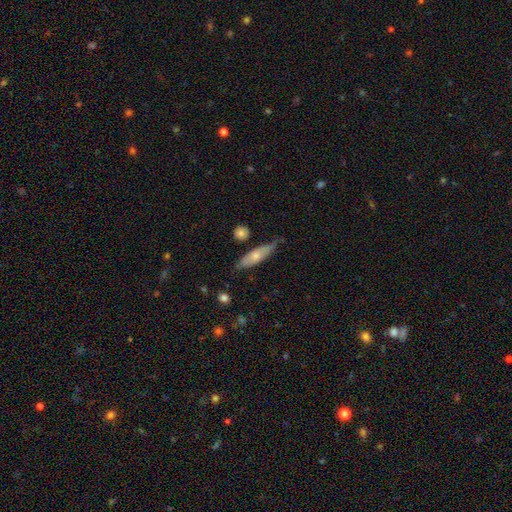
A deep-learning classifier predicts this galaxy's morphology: Q: Smooth or featured?
A: smooth (58%); runner-up: featured or disk (36%)
Q: How rounded?
A: cigar-shaped (61%); runner-up: in between (36%)
Q: Merging?
A: none (68%); runner-up: minor disturbance (24%)